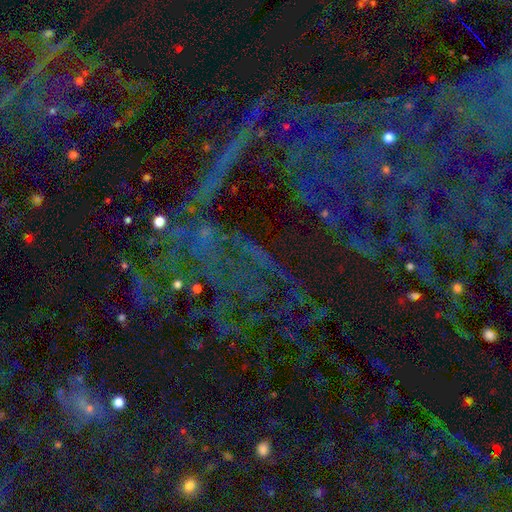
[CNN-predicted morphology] Smooth or featured? Predicted: star or artifact (p=0.80).